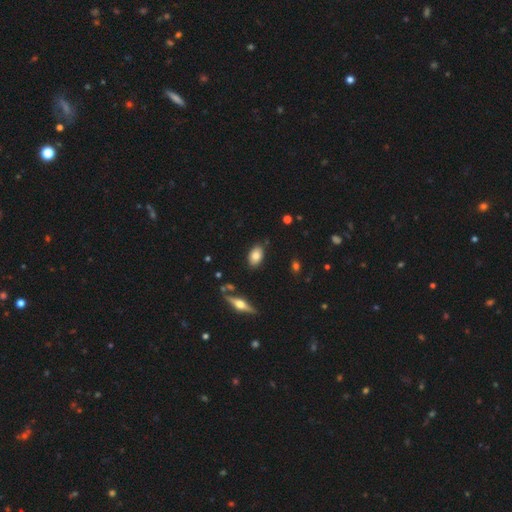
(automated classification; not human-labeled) A smooth galaxy with no disk features (76%) that is in between round and cigar-shaped (90%).

Vote fractions:
- Smooth or featured? smooth: 76% / featured or disk: 16% / star or artifact: 8%
- How rounded? in between: 90% / round: 7% / cigar-shaped: 3%
- Merging? none: 83% / minor disturbance: 12% / major disturbance: 3% / merger: 2%